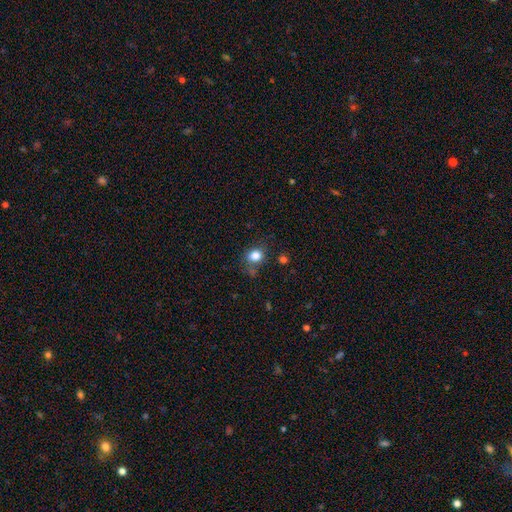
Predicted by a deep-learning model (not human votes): A smooth galaxy with no disk features (83%) that is round (62%). Merging: none (67%).